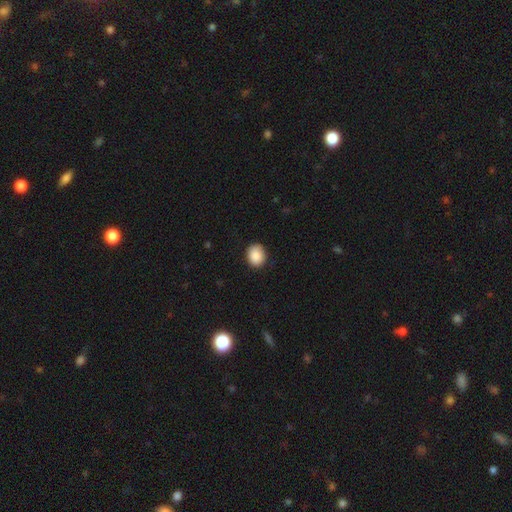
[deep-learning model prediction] Smooth or featured?
  - smooth: 88% *
  - star or artifact: 8%
  - featured or disk: 4%
How rounded?
  - round: 55% *
  - in between: 45%
  - cigar-shaped: 1%
Merging?
  - none: 84% *
  - minor disturbance: 12%
  - major disturbance: 2%
  - merger: 1%